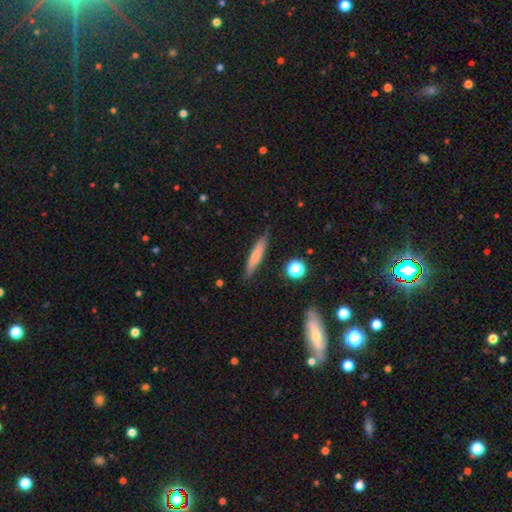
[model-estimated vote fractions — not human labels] A smooth galaxy with no disk features (64%) that is cigar-shaped (87%). Merging: none (80%).